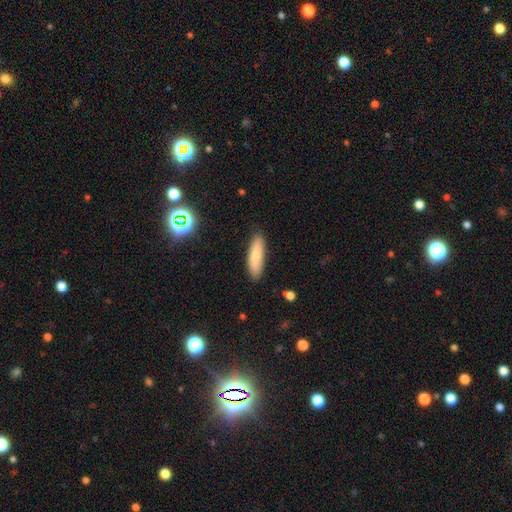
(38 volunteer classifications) Smooth or featured?
  - smooth: 76% *
  - featured or disk: 21%
  - star or artifact: 3%
How rounded?
  - cigar-shaped: 62% *
  - in between: 31%
  - round: 7%
Merging?
  - none: 76% *
  - minor disturbance: 16%
  - major disturbance: 5%
  - merger: 3%